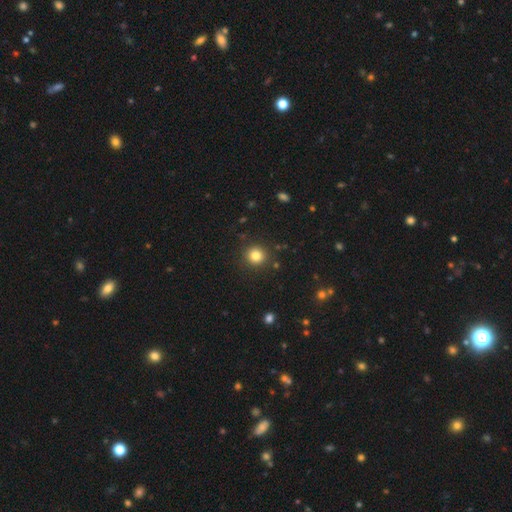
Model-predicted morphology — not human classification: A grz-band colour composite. It shows a smooth galaxy with no disk features (82%) that is round (92%). Merging: none (89%).